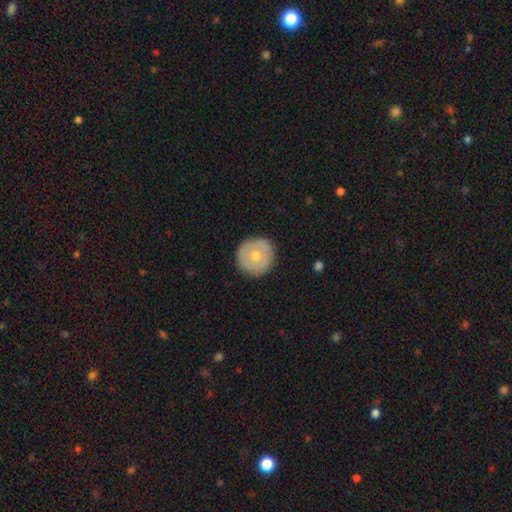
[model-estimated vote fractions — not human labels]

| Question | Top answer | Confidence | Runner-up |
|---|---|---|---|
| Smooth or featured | smooth | 58% | featured or disk (35%) |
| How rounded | round | 95% | in between (4%) |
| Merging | none | 88% | minor disturbance (8%) |